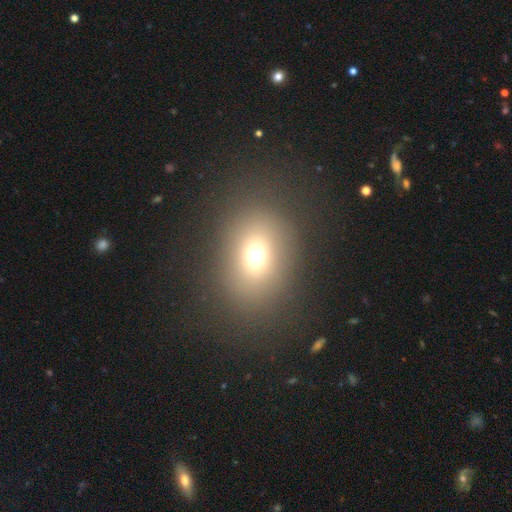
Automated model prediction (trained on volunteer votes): Smooth or featured?
  - smooth: 68% *
  - star or artifact: 20%
  - featured or disk: 12%
How rounded?
  - round: 50% *
  - in between: 49%
  - cigar-shaped: 1%
Merging?
  - none: 82% *
  - minor disturbance: 9%
  - major disturbance: 7%
  - merger: 2%